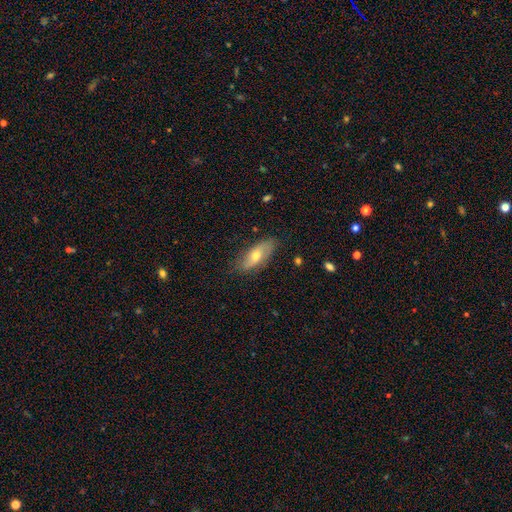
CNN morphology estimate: Smooth or featured: smooth — 58% (featured or disk — 35%)
How rounded: in between — 75% (cigar-shaped — 22%)
Merging: none — 79% (minor disturbance — 16%)